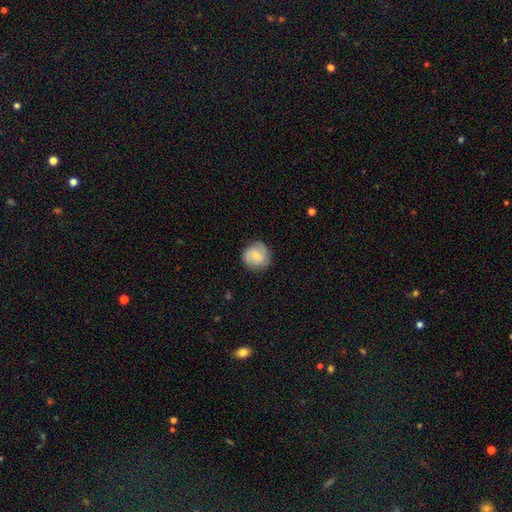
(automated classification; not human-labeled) This is likely a smooth galaxy (63%). How rounded: clearly round (90%). Merging: likely none (77%).